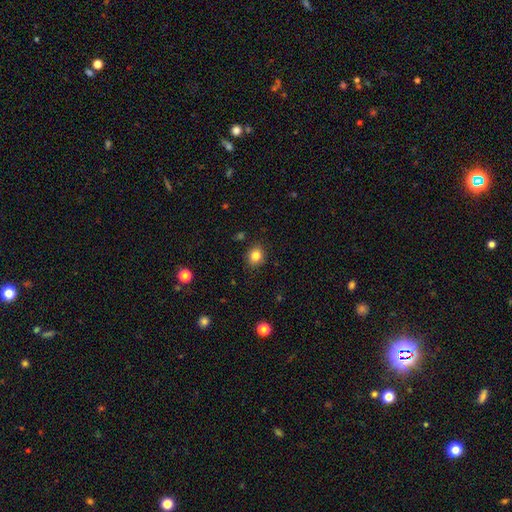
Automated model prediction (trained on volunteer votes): smooth_or_featured: smooth (p=0.83) [alt: star or artifact p=0.11]
how_rounded: round (p=0.70) [alt: in between p=0.30]
merging: none (p=0.87) [alt: minor disturbance p=0.09]